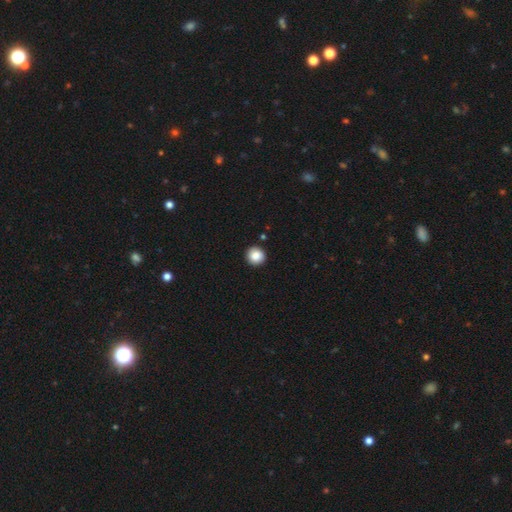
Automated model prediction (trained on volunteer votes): smooth 88%, star or artifact 9%, featured or disk 4%. Down the decision tree: how rounded — round (95%); merging — none (92%).